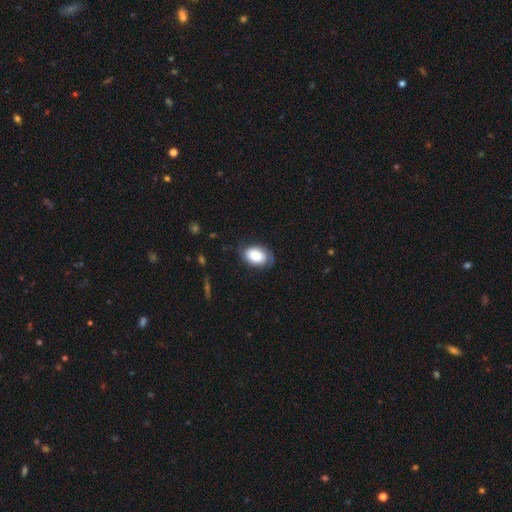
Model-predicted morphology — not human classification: The model was most divided on "merging": none: 63%, minor disturbance: 26%, major disturbance: 10%, merger: 1%. More confident: how rounded — in between (86%); smooth or featured — smooth (74%).